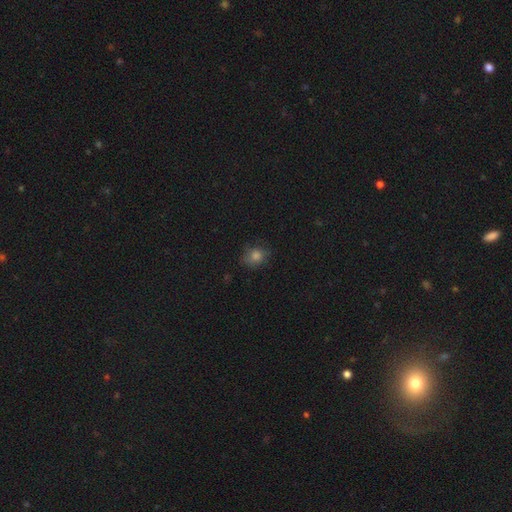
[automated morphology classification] This appears to be a smooth galaxy with no disk features (74%) that is round (63%). Merging: none (76%).